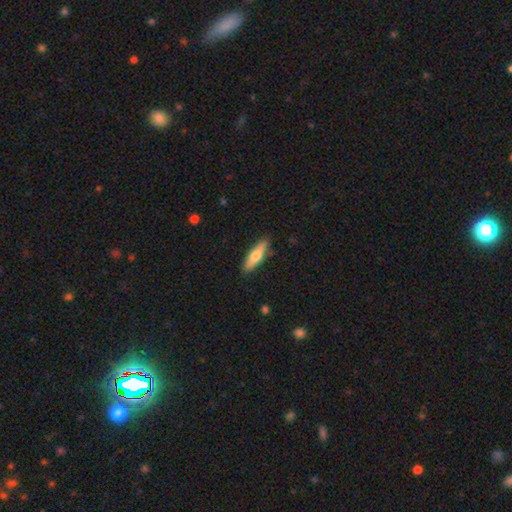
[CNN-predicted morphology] Smooth or featured: smooth — 64% (featured or disk — 31%)
How rounded: cigar-shaped — 58% (in between — 39%)
Merging: none — 87% (minor disturbance — 9%)